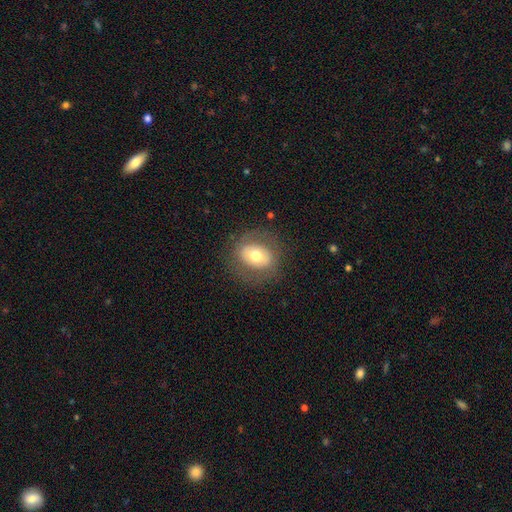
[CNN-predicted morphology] This is possibly a smooth galaxy (57%). How rounded: possibly round (55%). Merging: likely none (77%).